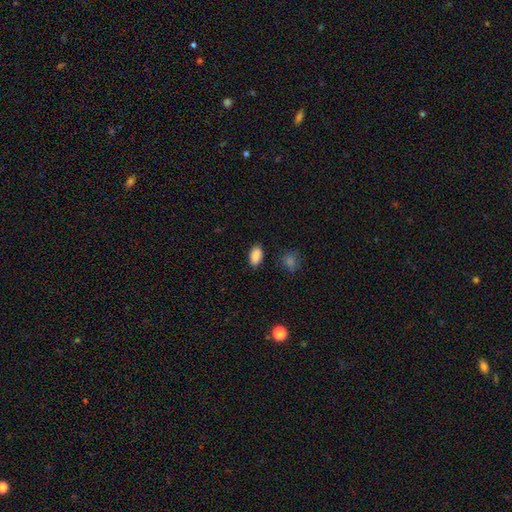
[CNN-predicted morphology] smooth 89%, star or artifact 8%, featured or disk 3%. Down the decision tree: how rounded — in between (93%); merging — none (85%).